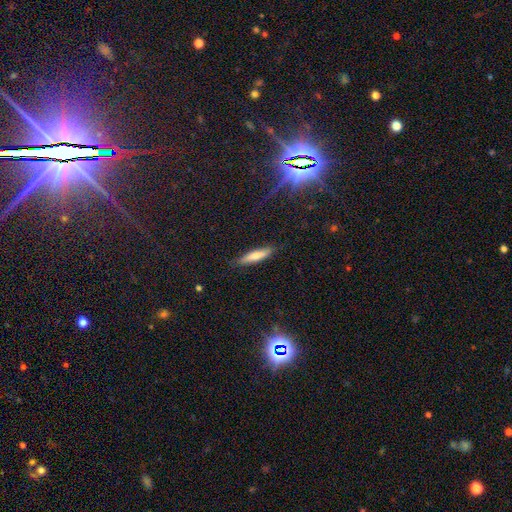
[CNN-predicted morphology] type=smooth (66%); roundness=cigar-shaped (80%); merging=none (86%).